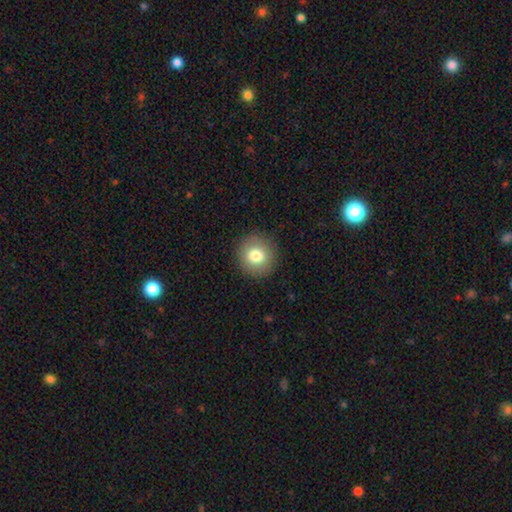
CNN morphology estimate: A smooth galaxy with no disk features (79%) that is round (92%).

Vote fractions:
- Smooth or featured? smooth: 79% / featured or disk: 11% / star or artifact: 10%
- How rounded? round: 92% / in between: 7% / cigar-shaped: 1%
- Merging? none: 91% / minor disturbance: 6% / major disturbance: 2% / merger: 1%